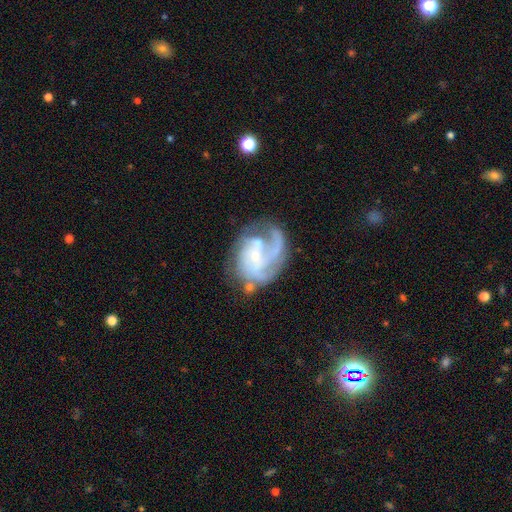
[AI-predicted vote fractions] smooth-or-featured: featured or disk: 83% | smooth: 10% | star or artifact: 7%
  disk-edge-on: no: 98% | yes: 2%
    bar: no: 60% | weak: 33% | strong: 7%
    has-spiral-arms: yes: 92% | no: 8%
      spiral-winding: medium: 44% | tight: 34% | loose: 23%
      spiral-arm-count: 3: 28% | can't tell: 24% | 2: 22% | 1: 14% | 4: 7% | more than 4: 5%
    bulge-size: small: 74% | moderate: 17% | none: 6% | large: 1% | dominant: 1%
  merging: none: 48% | major disturbance: 25% | minor disturbance: 20% | merger: 7%